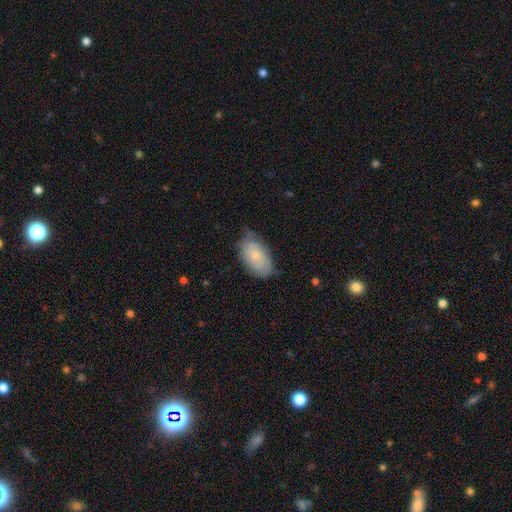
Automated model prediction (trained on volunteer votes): Smooth or featured? smooth (67%)
How rounded? in between (94%)
Merging? none (59%)